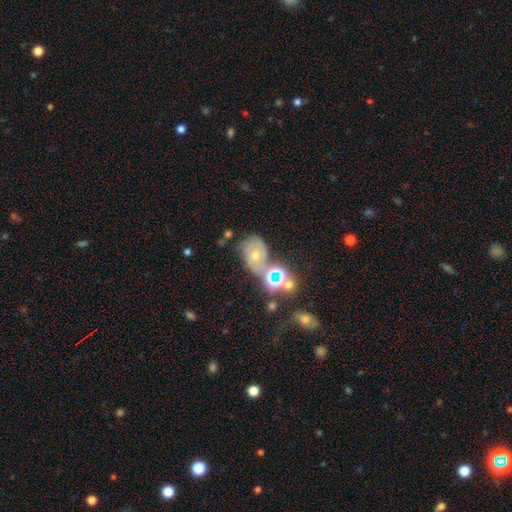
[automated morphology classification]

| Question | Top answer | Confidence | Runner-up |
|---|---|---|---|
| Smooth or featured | featured or disk | 42% | smooth (33%) |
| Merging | none | 40% | merger (26%) |